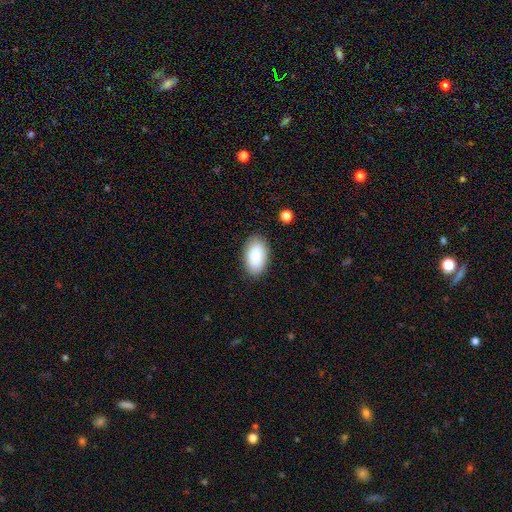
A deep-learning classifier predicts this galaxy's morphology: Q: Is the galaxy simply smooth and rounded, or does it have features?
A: smooth — 88%.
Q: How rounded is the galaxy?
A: in between — 95%.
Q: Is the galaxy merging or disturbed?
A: none — 86%.